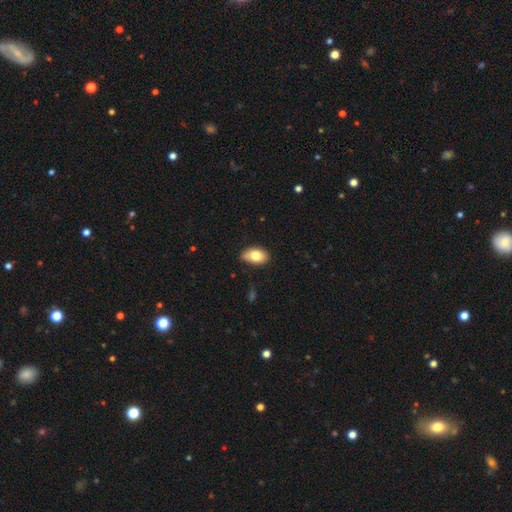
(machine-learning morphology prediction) This is likely a smooth galaxy (78%). How rounded: clearly in between (89%). Merging: likely none (73%).